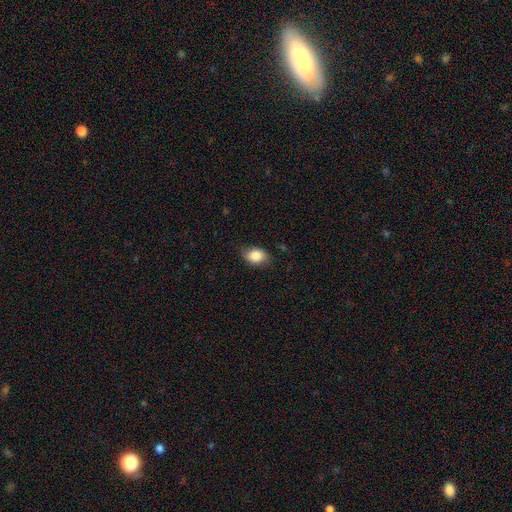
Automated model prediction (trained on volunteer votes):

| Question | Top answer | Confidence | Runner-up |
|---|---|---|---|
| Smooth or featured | smooth | 83% | featured or disk (9%) |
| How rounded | in between | 75% | round (24%) |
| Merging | none | 75% | minor disturbance (19%) |